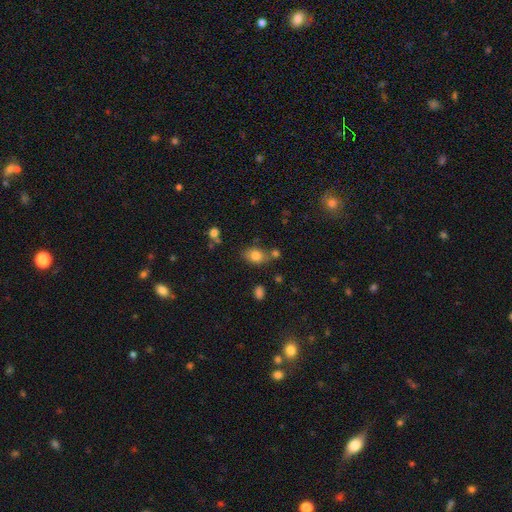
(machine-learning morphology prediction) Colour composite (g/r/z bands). It shows a smooth galaxy with no disk features (80%) that is in between round and cigar-shaped (71%). Merging: none (66%).